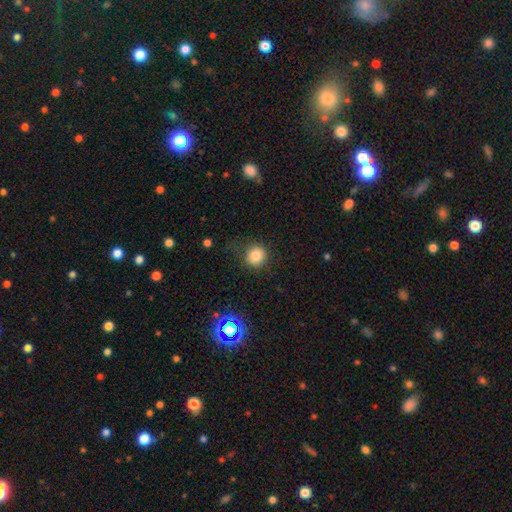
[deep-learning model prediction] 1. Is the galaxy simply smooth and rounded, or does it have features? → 82% smooth, 12% star or artifact, 7% featured or disk.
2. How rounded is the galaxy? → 89% round, 10% in between, 1% cigar-shaped.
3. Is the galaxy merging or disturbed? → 78% none, 15% minor disturbance, 6% major disturbance, 1% merger.